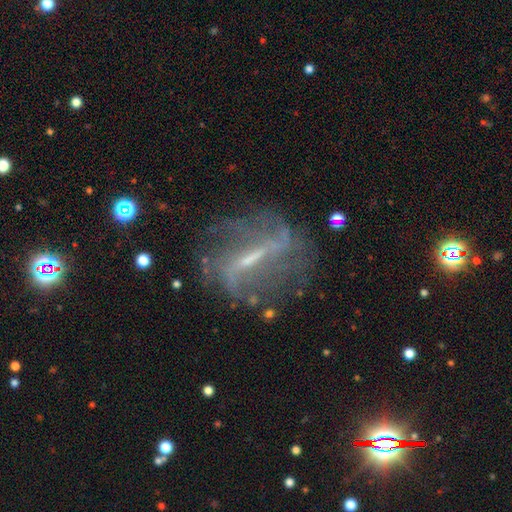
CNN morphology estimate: The model was most divided on "bulge size": small: 52%, moderate: 23%, none: 21%, large: 3%, dominant: 1%. More confident: edge-on disk — no (81%); smooth or featured — featured or disk (79%); spiral arms — yes (77%); merging — none (63%); bar — strong (61%).